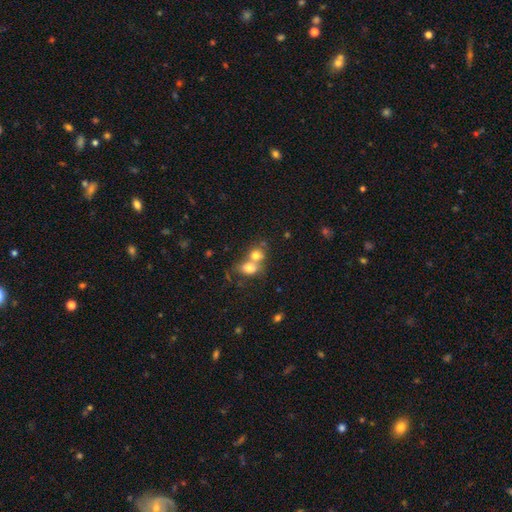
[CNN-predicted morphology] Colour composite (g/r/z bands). It shows a smooth galaxy with no disk features (75%) that is round (56%). Merging: merger (66%).